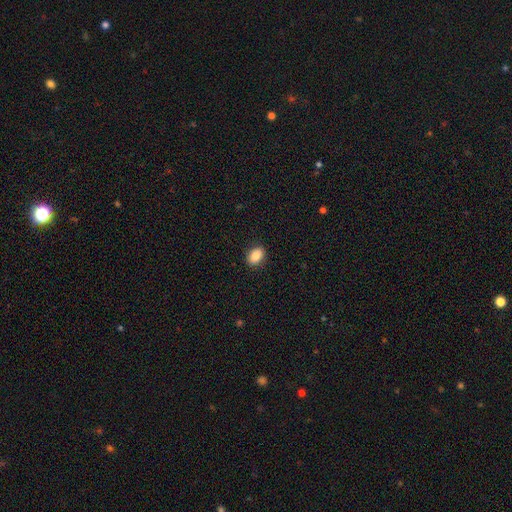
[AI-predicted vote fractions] Smooth or featured? smooth (86%)
How rounded? in between (79%)
Merging? none (90%)